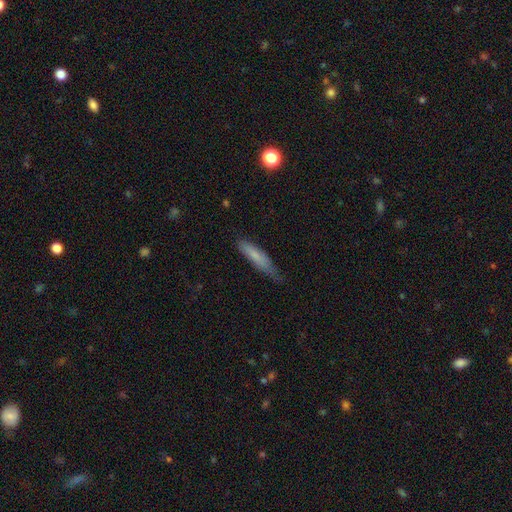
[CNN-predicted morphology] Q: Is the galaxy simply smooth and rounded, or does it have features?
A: smooth — 71%.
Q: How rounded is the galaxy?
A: cigar-shaped — 83%.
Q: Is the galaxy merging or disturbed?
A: none — 62%.